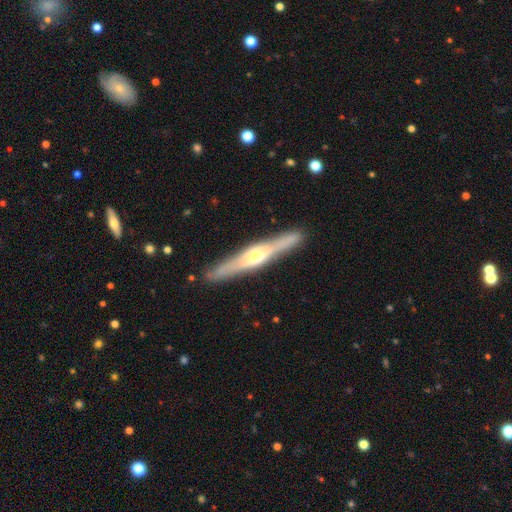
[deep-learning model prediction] This appears to be a featured or disk galaxy (72%) viewed edge-on (96%) with a rounded central bulge (86%). Merging: none (89%).